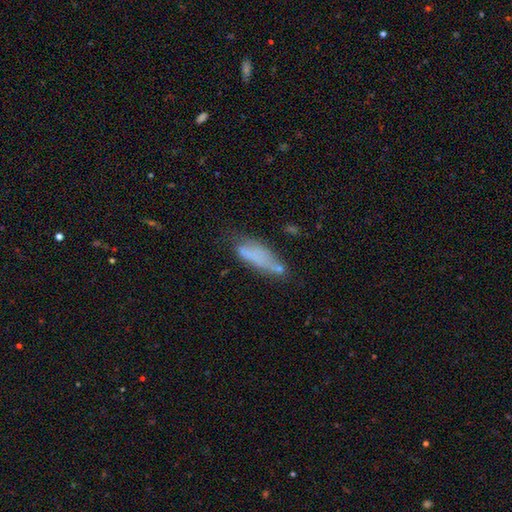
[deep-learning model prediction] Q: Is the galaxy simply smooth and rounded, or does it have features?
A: smooth — 63%.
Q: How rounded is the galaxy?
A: in between — 50%.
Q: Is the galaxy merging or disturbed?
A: none — 40%.